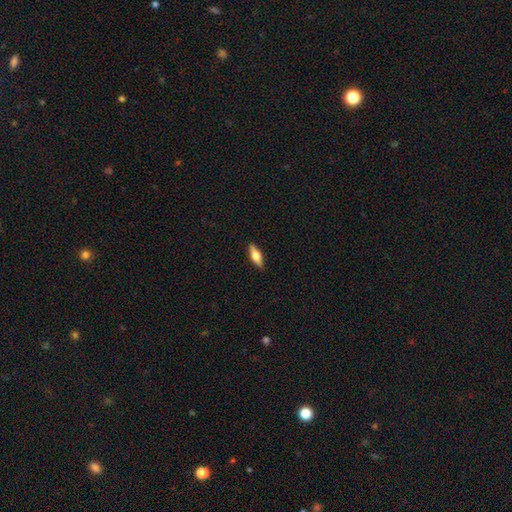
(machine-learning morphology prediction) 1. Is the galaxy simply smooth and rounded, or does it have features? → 48% featured or disk, 45% smooth, 6% star or artifact.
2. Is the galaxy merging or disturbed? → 89% none, 8% minor disturbance, 2% major disturbance, 1% merger.